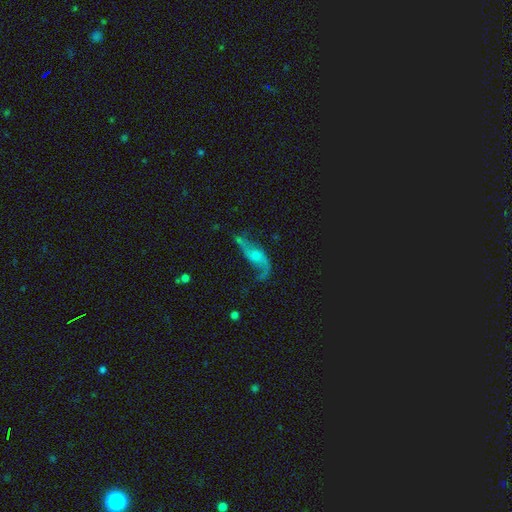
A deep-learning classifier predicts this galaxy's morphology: Smooth or featured? featured or disk (80%)
Edge-on disk? no (91%)
Bar? no (64%)
Spiral arms? yes (91%)
Spiral winding? loose (83%)
Spiral arm count? 2 (85%)
Bulge size? small (47%)
Merging? none (53%)